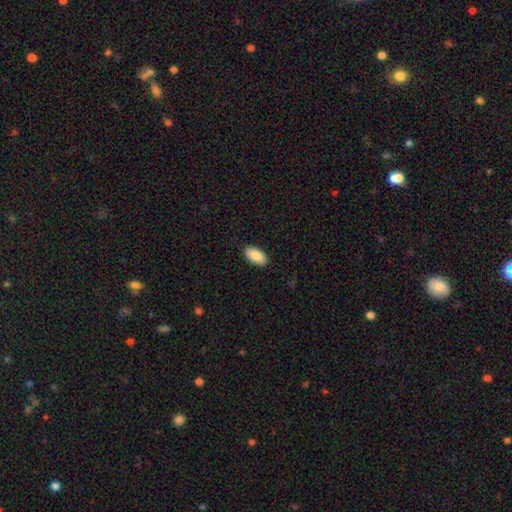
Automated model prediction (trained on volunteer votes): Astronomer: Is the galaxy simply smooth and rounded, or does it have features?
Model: smooth — 89%.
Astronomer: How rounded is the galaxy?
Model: in between — 94%.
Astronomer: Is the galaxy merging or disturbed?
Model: none — 89%.